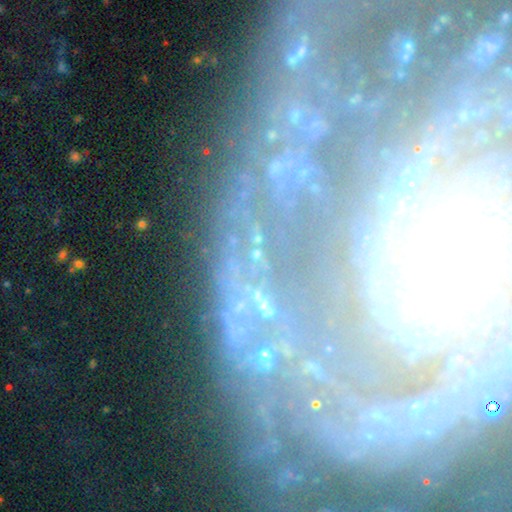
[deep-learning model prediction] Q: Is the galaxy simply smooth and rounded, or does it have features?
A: star or artifact — 54%.